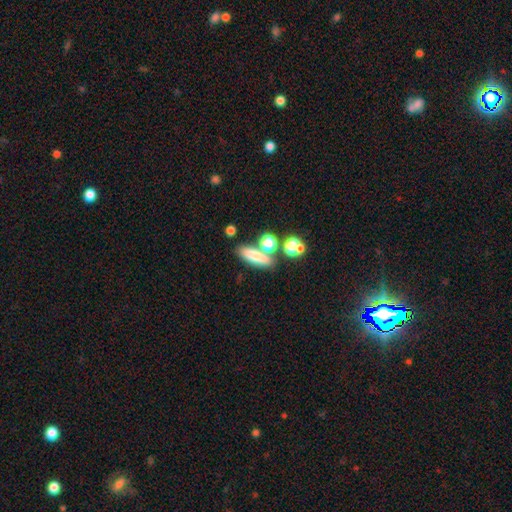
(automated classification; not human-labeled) Smooth or featured: smooth — 74% (featured or disk — 15%)
How rounded: in between — 48% (cigar-shaped — 41%)
Merging: none — 62% (merger — 21%)